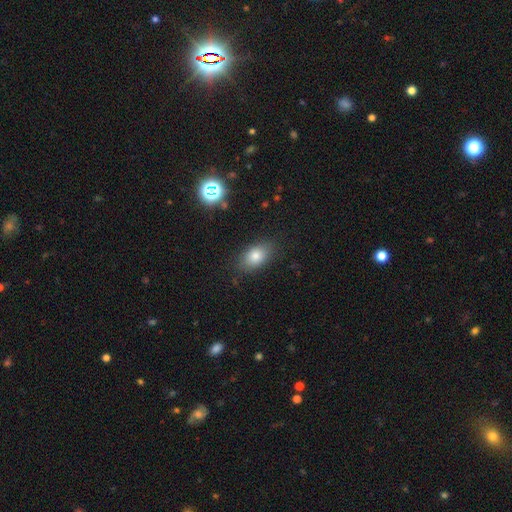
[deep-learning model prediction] Smooth or featured? Predicted: smooth (p=0.80). How rounded? Predicted: in between (p=0.85). Merging? Predicted: none (p=0.83).